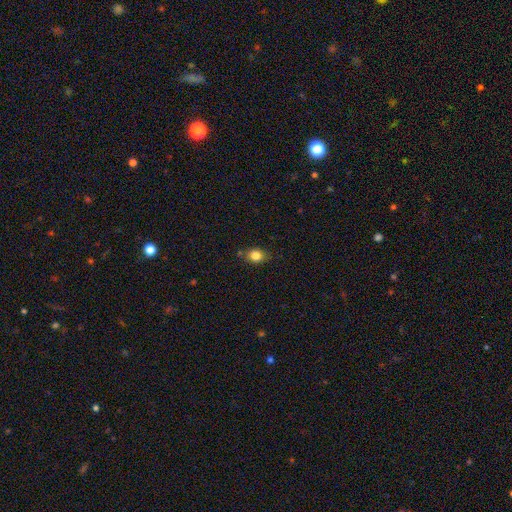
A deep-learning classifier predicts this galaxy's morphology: smooth_or_featured: smooth (p=0.82) [alt: star or artifact p=0.11]
how_rounded: round (p=0.51) [alt: in between p=0.47]
merging: none (p=0.74) [alt: minor disturbance p=0.19]